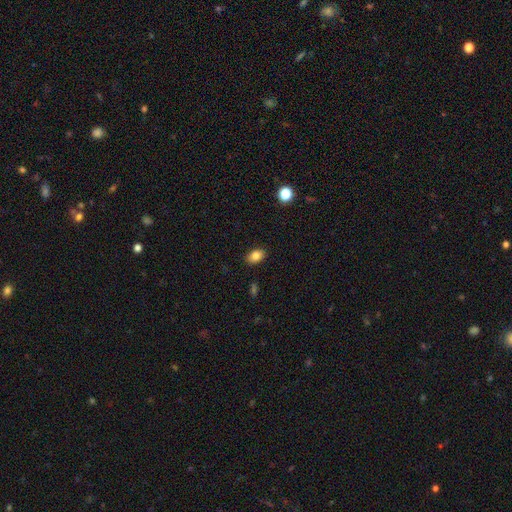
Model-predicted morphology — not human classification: This appears to be a smooth galaxy with no disk features (84%) that is in between round and cigar-shaped (85%). Merging: none (88%).